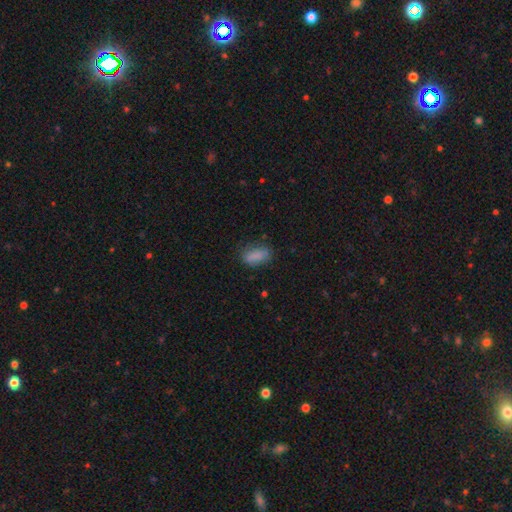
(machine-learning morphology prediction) Overall: smooth (83%). How rounded: in between (84%). Merging: none (70%).